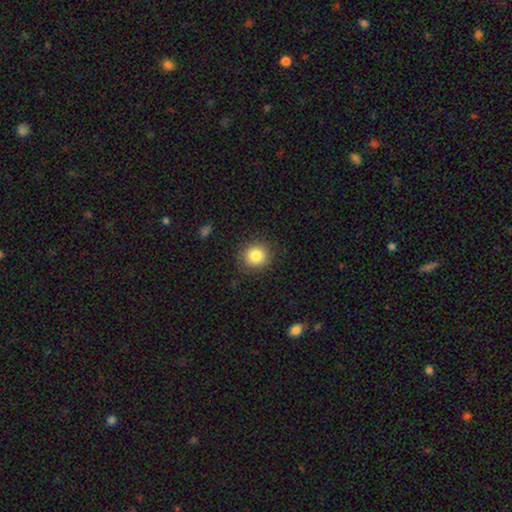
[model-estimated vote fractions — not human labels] A smooth galaxy with no disk features (84%) that is round (89%). Merging: none (88%).